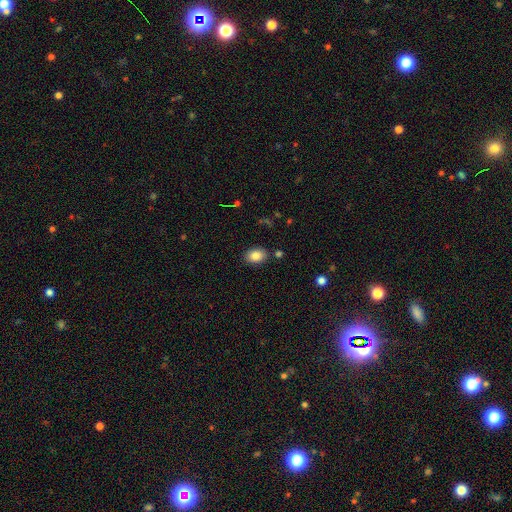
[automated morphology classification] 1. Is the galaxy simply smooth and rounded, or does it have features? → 85% smooth, 9% star or artifact, 7% featured or disk.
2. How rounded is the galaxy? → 80% in between, 19% round, 1% cigar-shaped.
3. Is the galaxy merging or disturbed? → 85% none, 10% minor disturbance, 3% merger, 2% major disturbance.